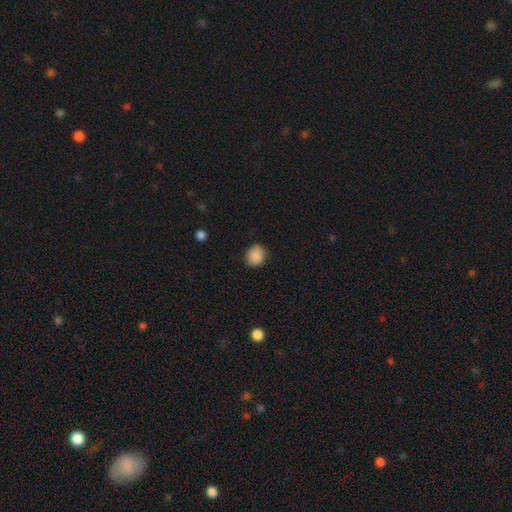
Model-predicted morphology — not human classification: Overall: smooth (88%). How rounded: round (73%). Merging: none (81%).